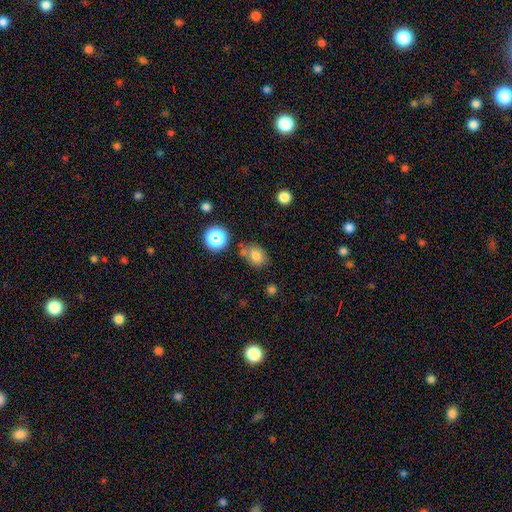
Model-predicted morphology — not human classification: smooth 77%, star or artifact 14%, featured or disk 9%. Down the decision tree: how rounded — in between (61%); merging — none (65%).